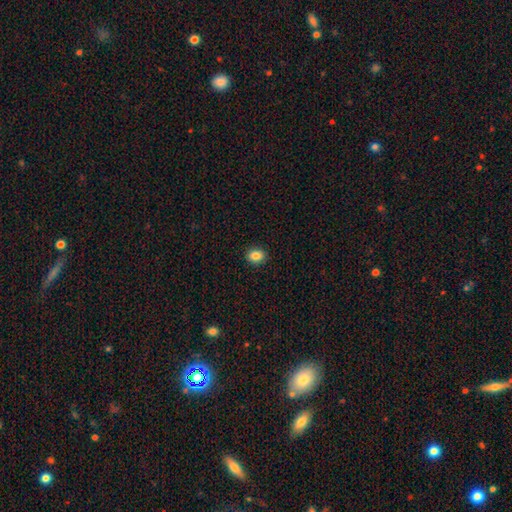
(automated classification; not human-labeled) Smooth or featured?
  - smooth: 85% *
  - star or artifact: 10%
  - featured or disk: 5%
How rounded?
  - in between: 57% *
  - round: 42%
  - cigar-shaped: 1%
Merging?
  - none: 91% *
  - minor disturbance: 7%
  - major disturbance: 2%
  - merger: 1%